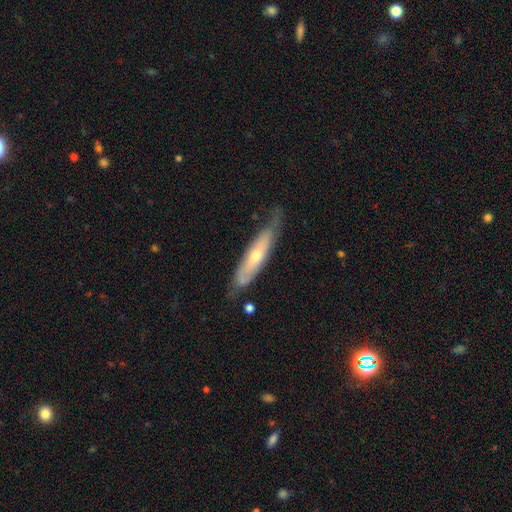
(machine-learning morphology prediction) Smooth or featured: featured or disk — 59% (smooth — 35%)
Edge-on disk: yes — 53% (no — 47%)
Merging: none — 60% (minor disturbance — 28%)